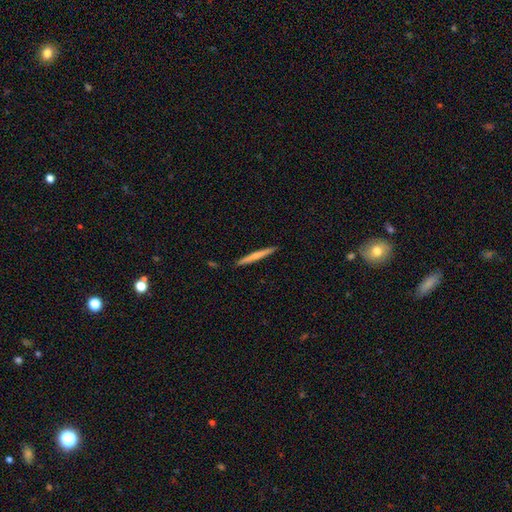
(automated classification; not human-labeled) A smooth galaxy with no disk features (58%) that is cigar-shaped (96%). Merging: none (92%).